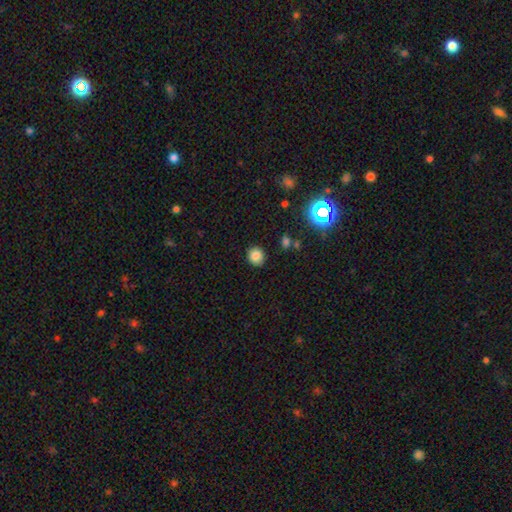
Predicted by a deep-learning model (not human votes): A smooth galaxy with no disk features (82%) that is round (80%). Merging: none (87%).